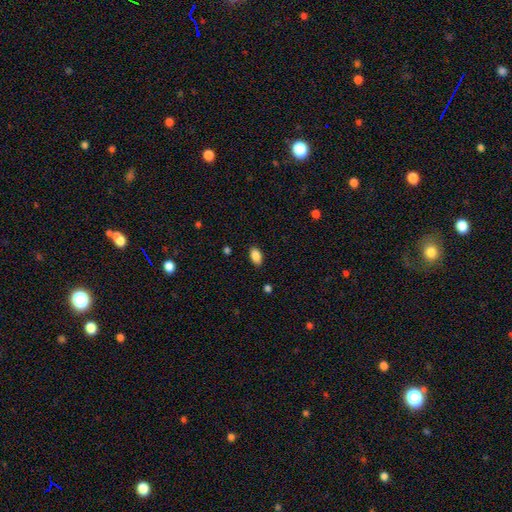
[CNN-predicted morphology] smooth_or_featured: smooth (p=0.88) [alt: star or artifact p=0.08]
how_rounded: in between (p=0.92) [alt: round p=0.05]
merging: none (p=0.86) [alt: minor disturbance p=0.10]